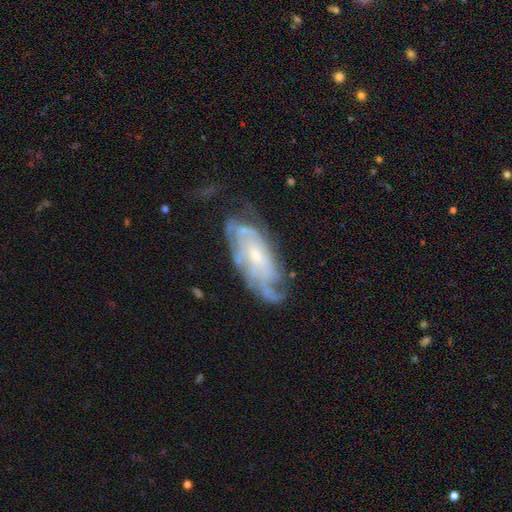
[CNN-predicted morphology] smooth_or_featured: featured or disk (p=0.79) [alt: smooth p=0.14]
disk_edge_on: no (p=0.91) [alt: yes p=0.09]
bar: no (p=0.69) [alt: weak p=0.26]
has_spiral_arms: yes (p=0.88) [alt: no p=0.12]
spiral_winding: tight (p=0.60) [alt: medium p=0.29]
spiral_arm_count: can't tell (p=0.54) [alt: 2 p=0.14]
bulge_size: small (p=0.66) [alt: moderate p=0.27]
merging: none (p=0.56) [alt: minor disturbance p=0.25]